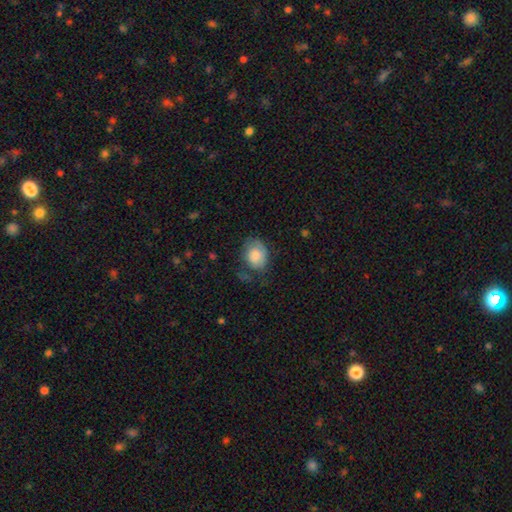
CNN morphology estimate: Smooth or featured? Predicted: smooth (p=0.71). How rounded? Predicted: in between (p=0.58). Merging? Predicted: none (p=0.46).